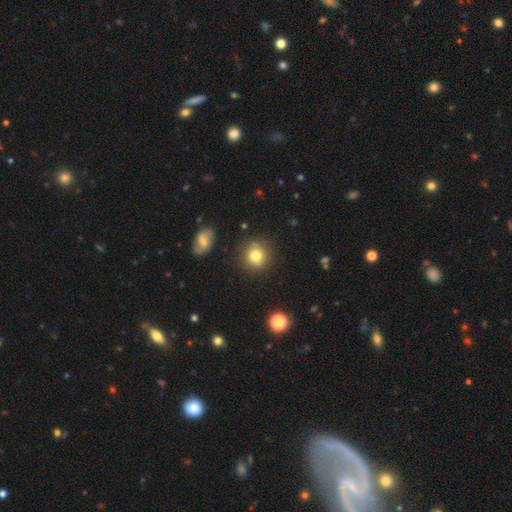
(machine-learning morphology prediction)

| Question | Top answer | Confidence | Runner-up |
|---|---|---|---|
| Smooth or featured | smooth | 77% | featured or disk (12%) |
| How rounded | round | 90% | in between (9%) |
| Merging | none | 82% | minor disturbance (12%) |